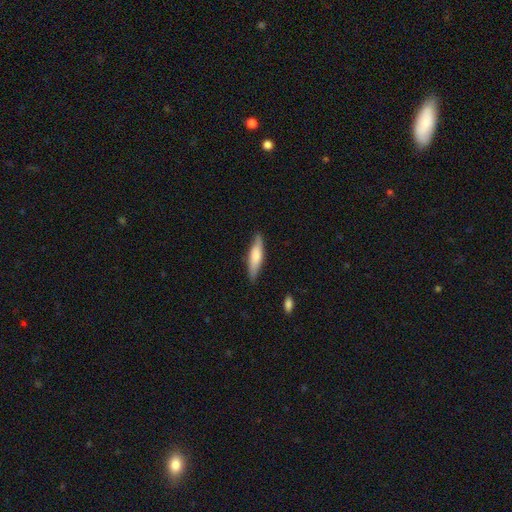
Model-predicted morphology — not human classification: The model was most divided on "smooth or featured": smooth: 67%, featured or disk: 27%, star or artifact: 6%. More confident: merging — none (83%); how rounded — cigar-shaped (74%).